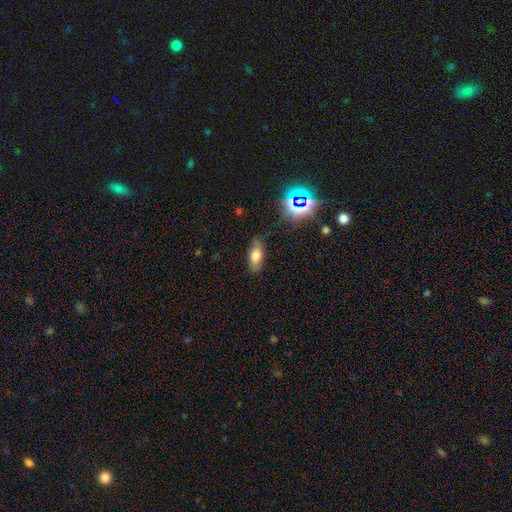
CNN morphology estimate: This appears to be a smooth galaxy with no disk features (71%) that is in between round and cigar-shaped (82%). Merging: none (82%).